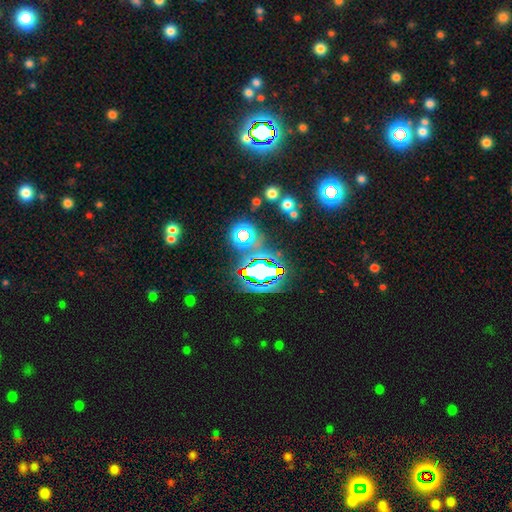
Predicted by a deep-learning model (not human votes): smooth_or_featured: star or artifact (p=0.79) [alt: smooth p=0.12]